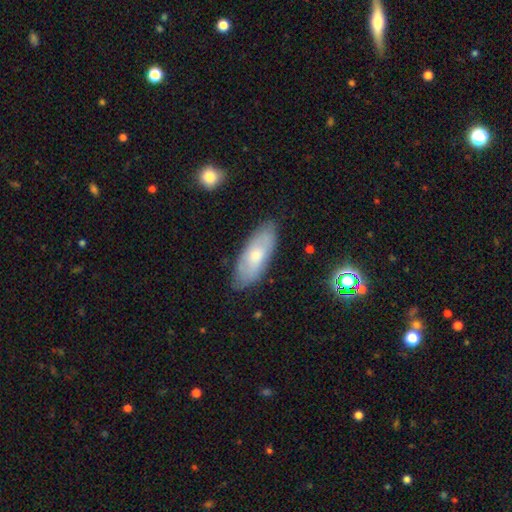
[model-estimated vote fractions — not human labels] Overall: smooth (60%; featured or disk 34%). How rounded: in between (79%). Merging: none (79%).